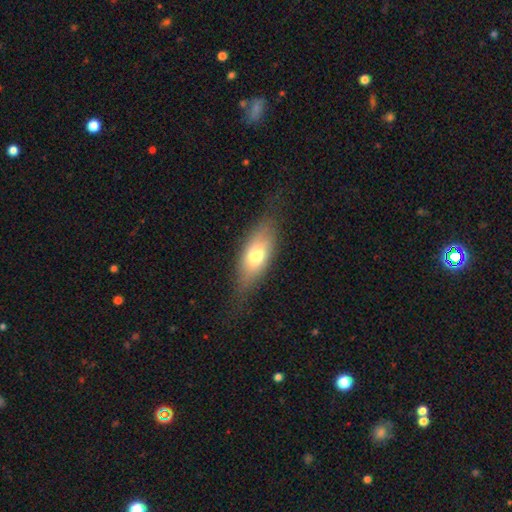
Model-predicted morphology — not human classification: Smooth or featured?
  - smooth: 67% *
  - featured or disk: 24%
  - star or artifact: 8%
How rounded?
  - in between: 76% *
  - cigar-shaped: 18%
  - round: 6%
Merging?
  - none: 70% *
  - minor disturbance: 20%
  - major disturbance: 8%
  - merger: 1%